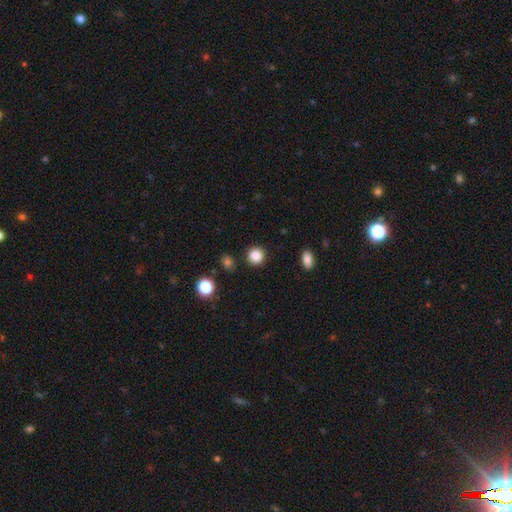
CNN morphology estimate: smooth_or_featured: smooth (p=0.86) [alt: star or artifact p=0.11]
how_rounded: round (p=0.92) [alt: in between p=0.07]
merging: none (p=0.90) [alt: minor disturbance p=0.06]